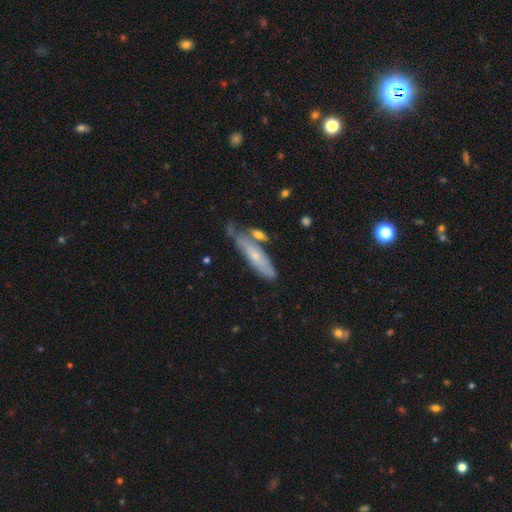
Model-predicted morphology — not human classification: smooth_or_featured: smooth (p=0.53) [alt: featured or disk p=0.40]
how_rounded: cigar-shaped (p=0.68) [alt: in between p=0.29]
merging: none (p=0.54) [alt: minor disturbance p=0.23]